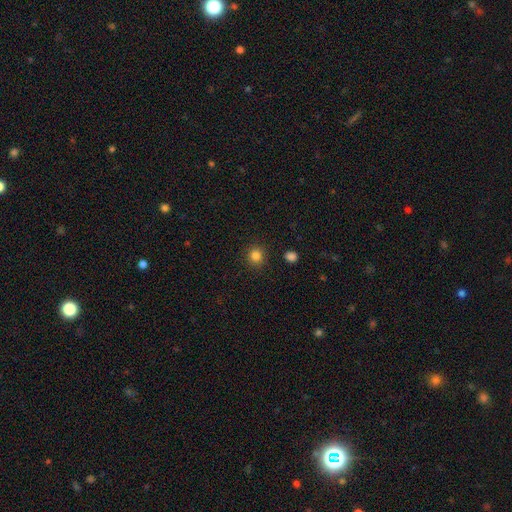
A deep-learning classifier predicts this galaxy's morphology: Smooth or featured?
  - smooth: 84% *
  - star or artifact: 12%
  - featured or disk: 4%
How rounded?
  - round: 92% *
  - in between: 7%
  - cigar-shaped: 1%
Merging?
  - none: 91% *
  - minor disturbance: 6%
  - major disturbance: 2%
  - merger: 2%